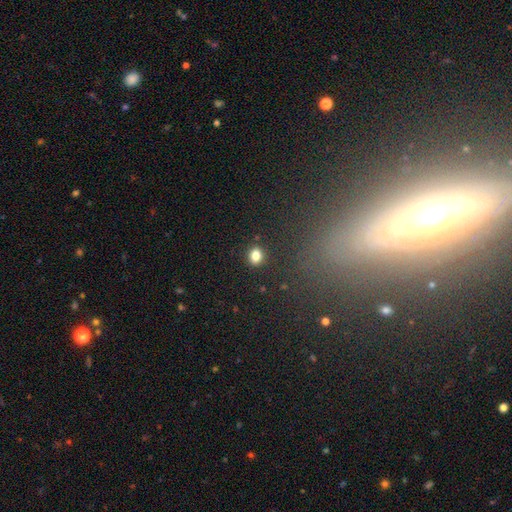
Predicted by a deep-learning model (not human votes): Overall: smooth (82%). How rounded: round (56%; in between 43%). Merging: none (88%).